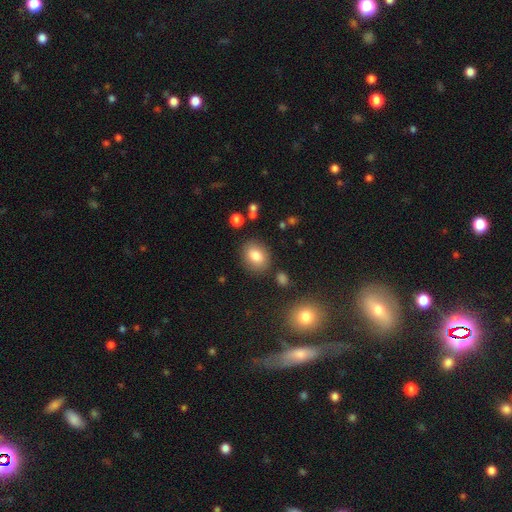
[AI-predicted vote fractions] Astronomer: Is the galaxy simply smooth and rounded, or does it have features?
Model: smooth — 82%.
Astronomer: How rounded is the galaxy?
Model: in between — 52% (runner-up: round, 46%).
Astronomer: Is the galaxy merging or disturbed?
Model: none — 82%.